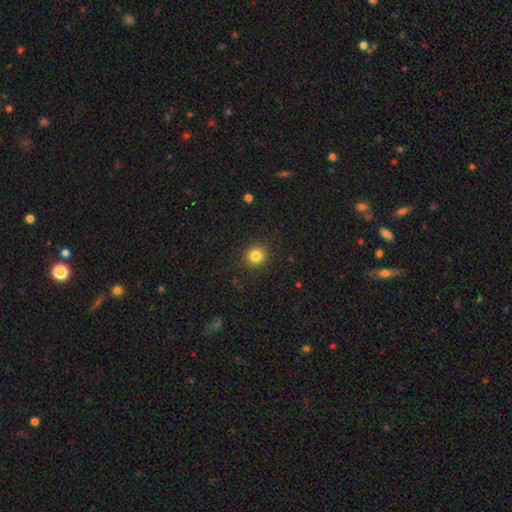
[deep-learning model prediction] Overall: smooth (83%). How rounded: round (90%). Merging: none (91%).